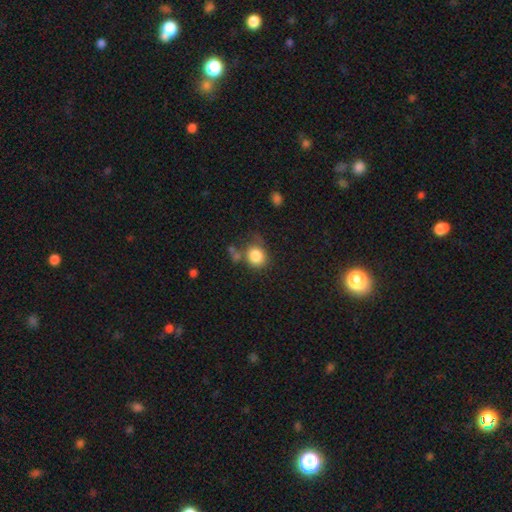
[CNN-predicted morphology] This appears to be a smooth galaxy with no disk features (83%) that is round (76%). Merging: none (56%).